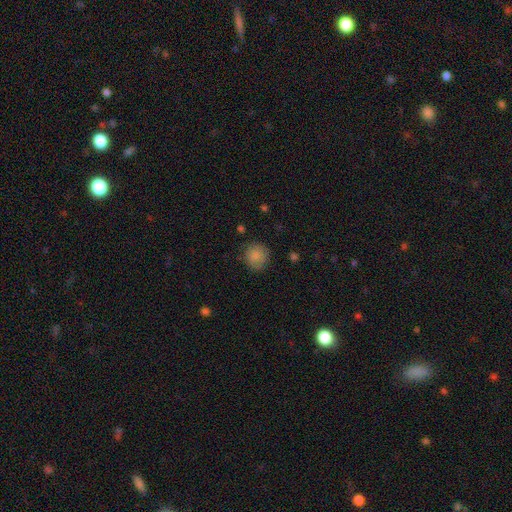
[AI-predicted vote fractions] The model was most divided on "merging": none: 79%, minor disturbance: 16%, major disturbance: 4%, merger: 1%. More confident: how rounded — round (88%); smooth or featured — smooth (85%).